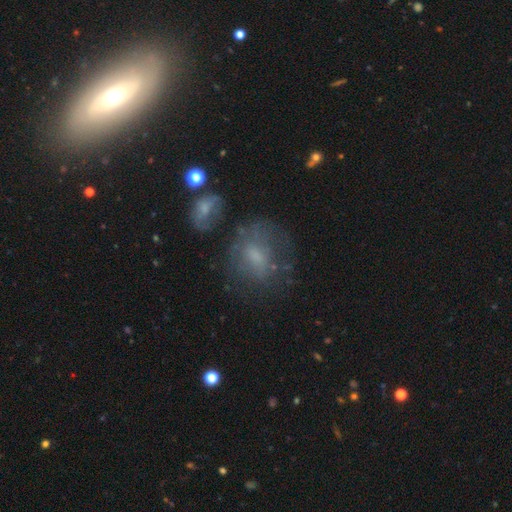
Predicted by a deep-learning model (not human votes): Morphology: type=smooth (48%); merging=none (56%).